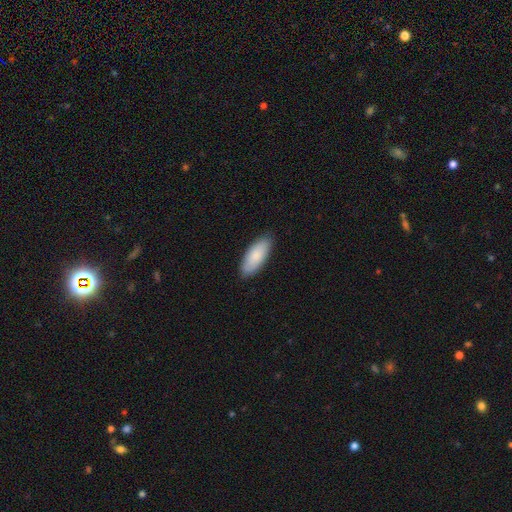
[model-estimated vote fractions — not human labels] Overall: smooth (86%). How rounded: in between (80%). Merging: none (86%).